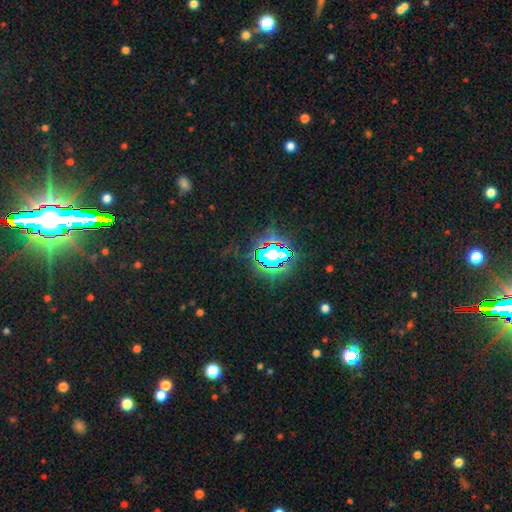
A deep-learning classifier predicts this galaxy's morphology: Smooth or featured? star or artifact (78%)